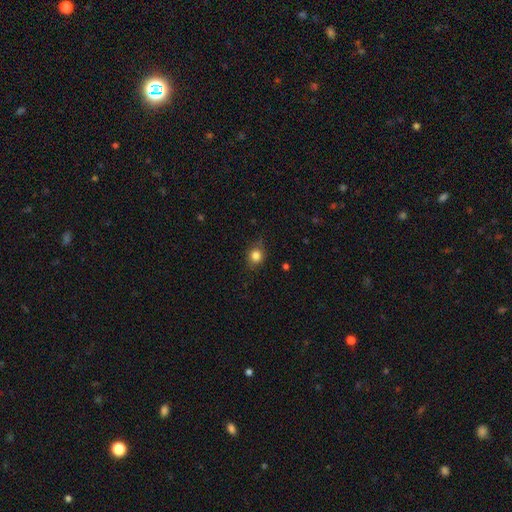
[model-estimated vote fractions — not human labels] A smooth galaxy with no disk features (83%) that is round (72%). Merging: none (76%).